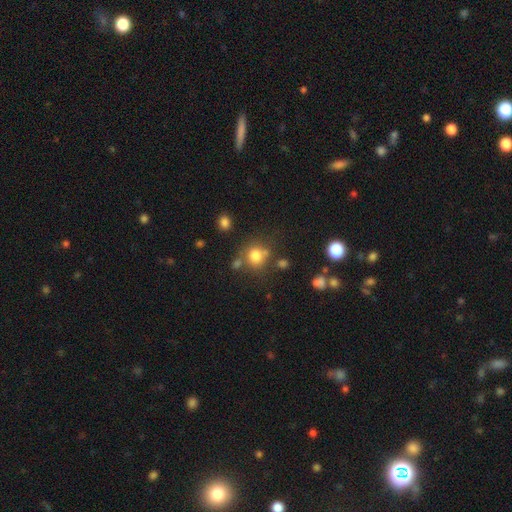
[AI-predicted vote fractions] A smooth galaxy with no disk features (77%) that is round (86%). Merging: none (65%).